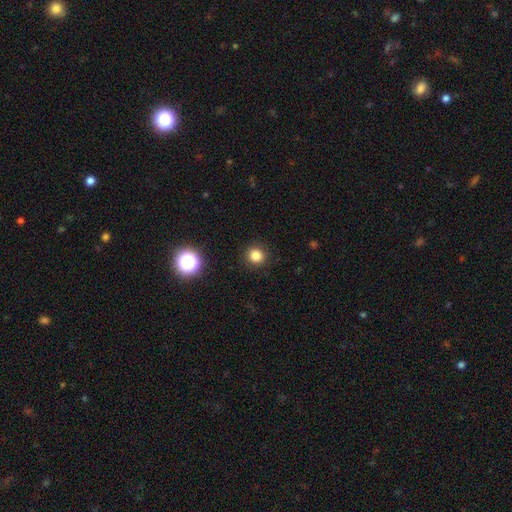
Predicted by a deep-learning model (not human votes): Smooth or featured? smooth (82%)
How rounded? round (92%)
Merging? none (91%)